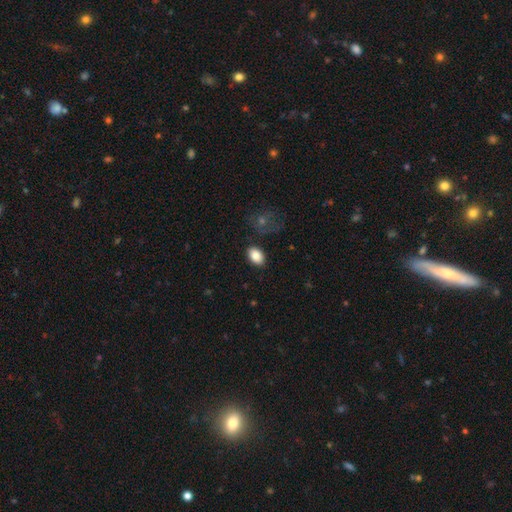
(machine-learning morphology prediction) This is clearly a smooth galaxy (87%). How rounded: clearly in between (86%). Merging: clearly none (85%).